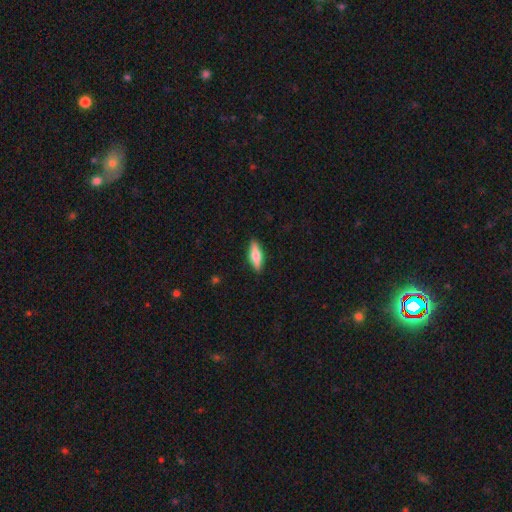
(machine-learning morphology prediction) smooth_or_featured: smooth (p=0.62) [alt: featured or disk p=0.32]
how_rounded: in between (p=0.50) [alt: cigar-shaped p=0.47]
merging: none (p=0.89) [alt: minor disturbance p=0.08]